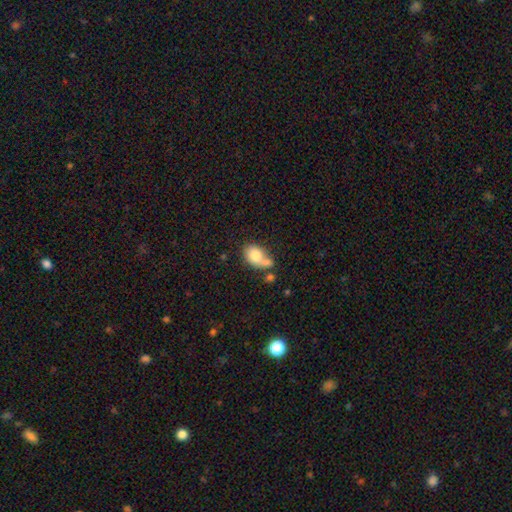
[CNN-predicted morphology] Smooth or featured?
  - smooth: 77% *
  - featured or disk: 14%
  - star or artifact: 8%
How rounded?
  - in between: 67% *
  - round: 32%
  - cigar-shaped: 1%
Merging?
  - merger: 39% *
  - none: 36%
  - minor disturbance: 17%
  - major disturbance: 7%